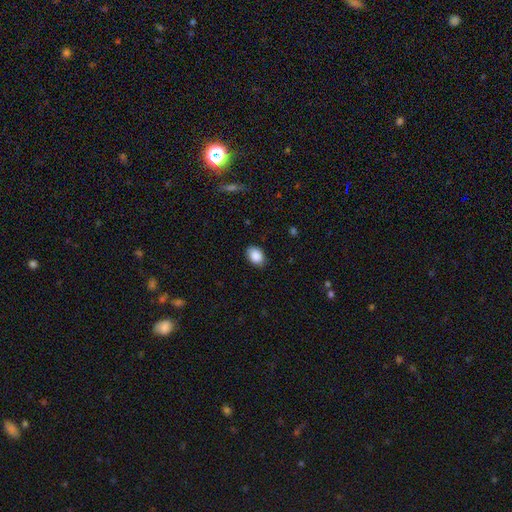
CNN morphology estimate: smooth-or-featured: smooth: 89% | star or artifact: 7% | featured or disk: 4%
  how-rounded: in between: 74% | round: 25% | cigar-shaped: 1%
  merging: none: 83% | minor disturbance: 13% | major disturbance: 3% | merger: 1%